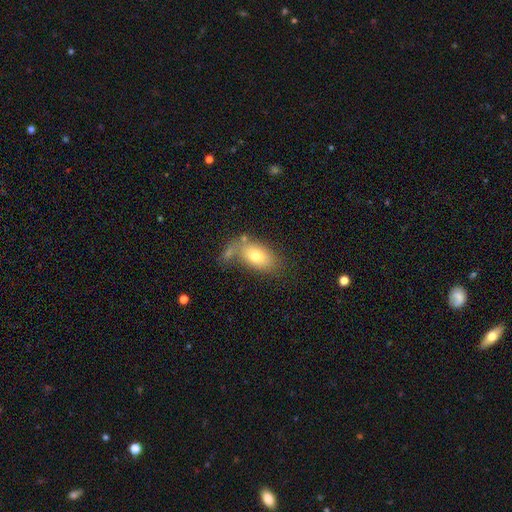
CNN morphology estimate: smooth 72%, featured or disk 19%, star or artifact 9%. Down the decision tree: how rounded — in between (89%); merging — none (51%).